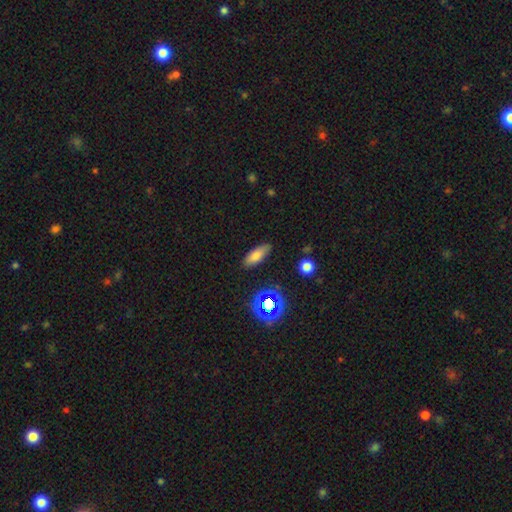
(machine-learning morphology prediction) A smooth galaxy with no disk features (74%) that is in between round and cigar-shaped (68%). Merging: none (85%).